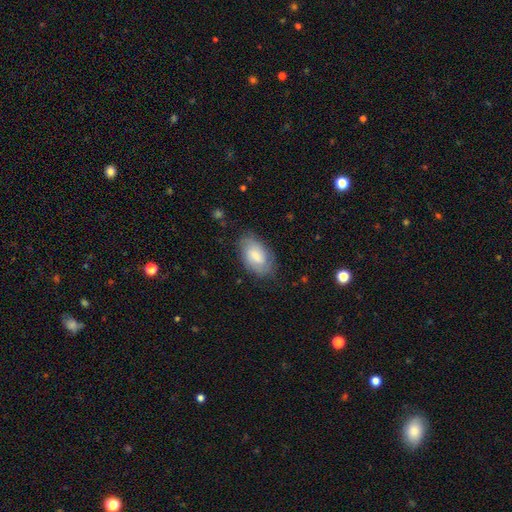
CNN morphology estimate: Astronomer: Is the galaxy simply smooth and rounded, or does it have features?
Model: smooth — 66%.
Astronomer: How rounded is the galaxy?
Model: in between — 93%.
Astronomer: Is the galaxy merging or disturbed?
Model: none — 73%.